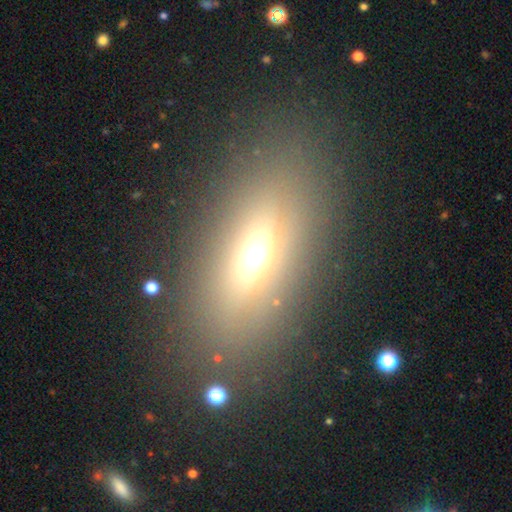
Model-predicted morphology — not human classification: type=smooth (53%); roundness=in between (79%); merging=none (78%).